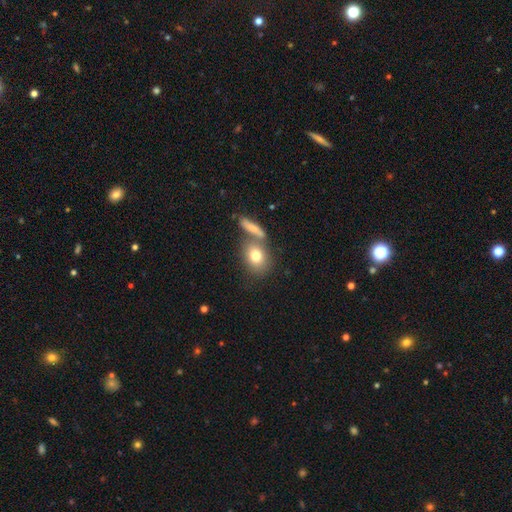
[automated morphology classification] Smooth or featured?
  - smooth: 77% *
  - featured or disk: 15%
  - star or artifact: 8%
How rounded?
  - in between: 52% *
  - round: 44%
  - cigar-shaped: 4%
Merging?
  - none: 54% *
  - merger: 31%
  - minor disturbance: 11%
  - major disturbance: 5%